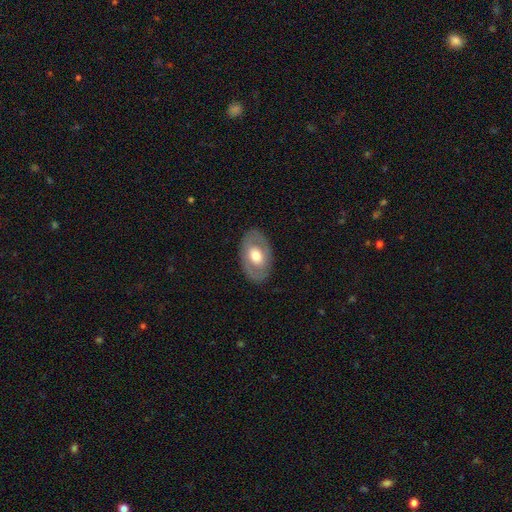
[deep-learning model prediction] smooth_or_featured: featured or disk (p=0.48) [alt: smooth p=0.47]
merging: none (p=0.84) [alt: minor disturbance p=0.11]